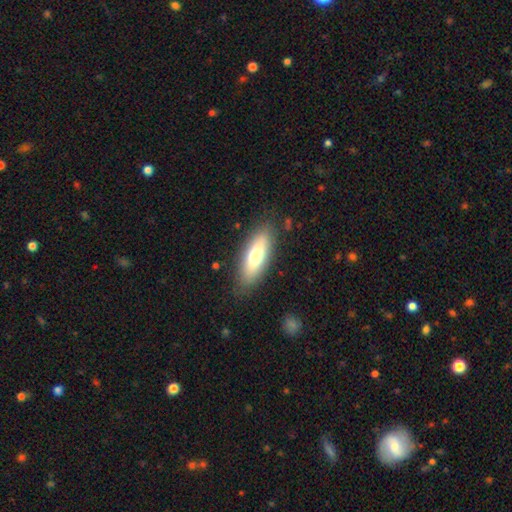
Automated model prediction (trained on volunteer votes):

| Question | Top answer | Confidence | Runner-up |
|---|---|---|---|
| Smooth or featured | smooth | 69% | featured or disk (24%) |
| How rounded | in between | 62% | cigar-shaped (36%) |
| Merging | none | 84% | minor disturbance (11%) |